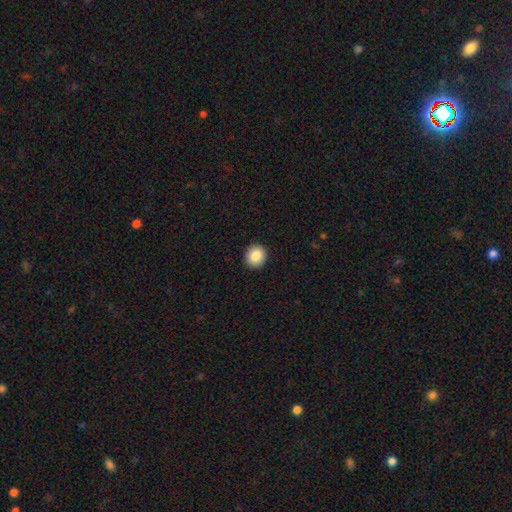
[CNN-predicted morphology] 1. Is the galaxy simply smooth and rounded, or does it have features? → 85% smooth, 9% star or artifact, 6% featured or disk.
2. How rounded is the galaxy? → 88% round, 11% in between, 1% cigar-shaped.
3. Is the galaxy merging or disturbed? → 92% none, 5% minor disturbance, 2% major disturbance, 1% merger.